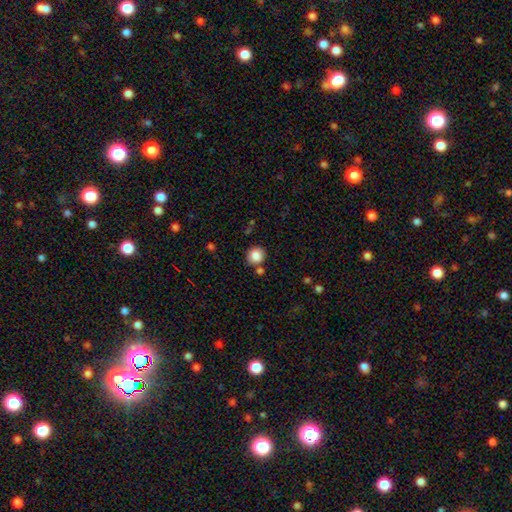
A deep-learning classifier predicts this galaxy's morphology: Q: Smooth or featured?
A: smooth (86%); runner-up: star or artifact (9%)
Q: How rounded?
A: round (89%); runner-up: in between (10%)
Q: Merging?
A: none (78%); runner-up: minor disturbance (9%)